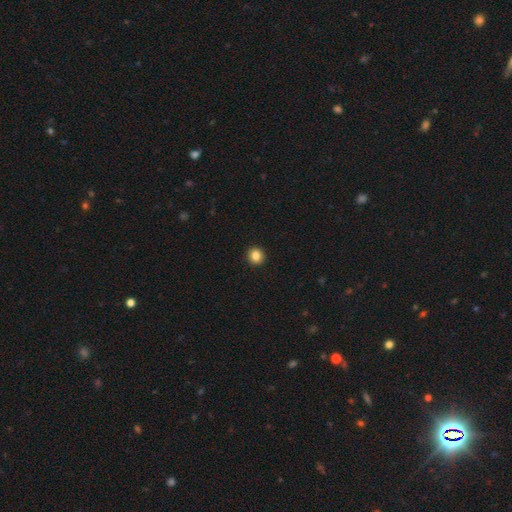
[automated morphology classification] Smooth or featured? Predicted: smooth (p=0.85). How rounded? Predicted: round (p=0.90). Merging? Predicted: none (p=0.94).